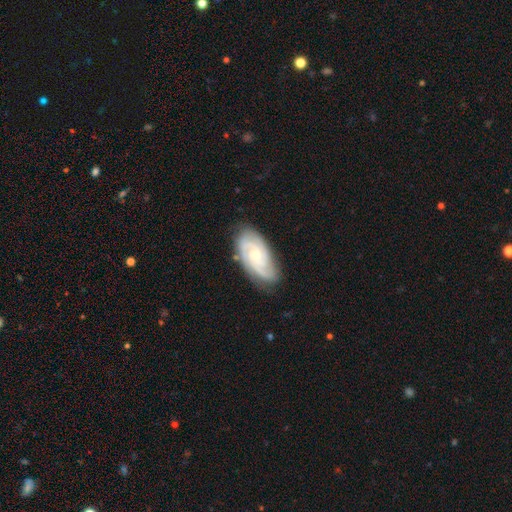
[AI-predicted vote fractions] Overall: featured or disk (82%). Edge-on disk: no (96%). Bar: no (70%). Spiral arms: yes (97%). Spiral arm count: 3 (42%; 2 24%). Spiral winding: tight (60%; medium 33%). Bulge size: small (58%; moderate 37%). Merging: none (77%).